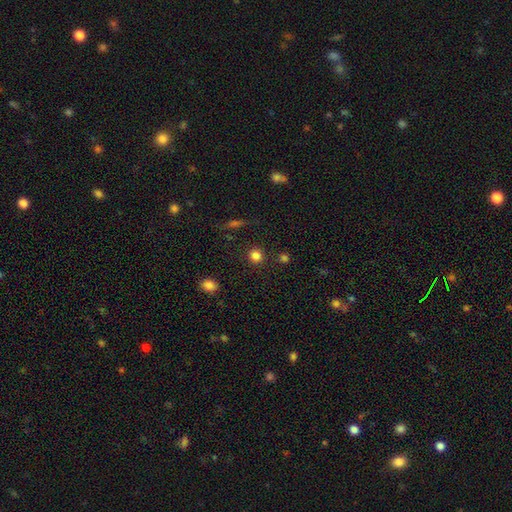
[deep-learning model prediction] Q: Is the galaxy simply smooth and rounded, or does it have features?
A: smooth — 83%.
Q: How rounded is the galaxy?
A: round — 91%.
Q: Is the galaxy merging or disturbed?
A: none — 89%.